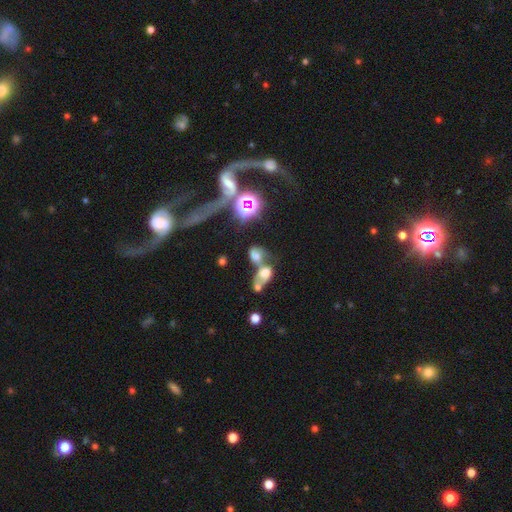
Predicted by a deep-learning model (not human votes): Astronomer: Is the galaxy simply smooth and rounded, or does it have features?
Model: smooth — 52% (runner-up: featured or disk, 27%).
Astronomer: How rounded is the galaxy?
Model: in between — 69%.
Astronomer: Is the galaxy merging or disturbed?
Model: merger — 71%.